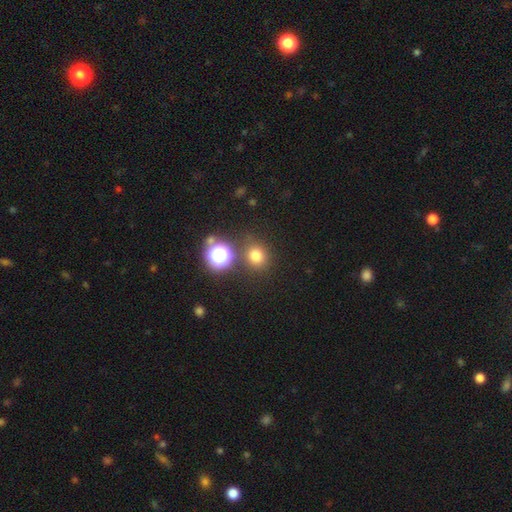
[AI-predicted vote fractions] smooth-or-featured: smooth: 73% | star or artifact: 21% | featured or disk: 6%
  how-rounded: round: 83% | in between: 16% | cigar-shaped: 1%
  merging: none: 79% | minor disturbance: 9% | merger: 8% | major disturbance: 4%